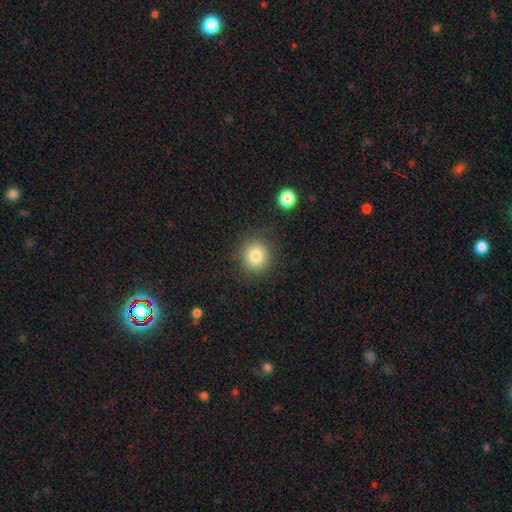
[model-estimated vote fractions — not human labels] Smooth or featured?
  - smooth: 82% *
  - star or artifact: 11%
  - featured or disk: 7%
How rounded?
  - round: 88% *
  - in between: 11%
  - cigar-shaped: 1%
Merging?
  - none: 87% *
  - minor disturbance: 8%
  - major disturbance: 3%
  - merger: 2%